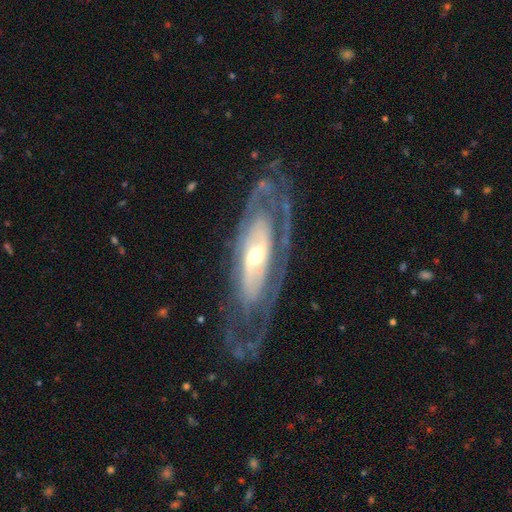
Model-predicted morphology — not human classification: A featured or disk galaxy (84%) with no bar (56%), tight (57%) spiral arms (80%) and a moderate central bulge (56%).

Vote fractions:
- Smooth or featured? featured or disk: 84% / smooth: 11% / star or artifact: 5%
- Edge-on disk? no: 84% / yes: 16%
- Bar? no: 56% / weak: 26% / strong: 18%
- Spiral arms? yes: 80% / no: 20%
- Spiral winding? tight: 57% / medium: 30% / loose: 12%
- Spiral arm count? can't tell: 42% / 2: 36% / 3: 8% / 1: 7% / 4: 4% / more than 4: 4%
- Bulge size? moderate: 56% / small: 34% / large: 7% / dominant: 1% / none: 1%
- Merging? none: 66% / minor disturbance: 18% / major disturbance: 15% / merger: 2%